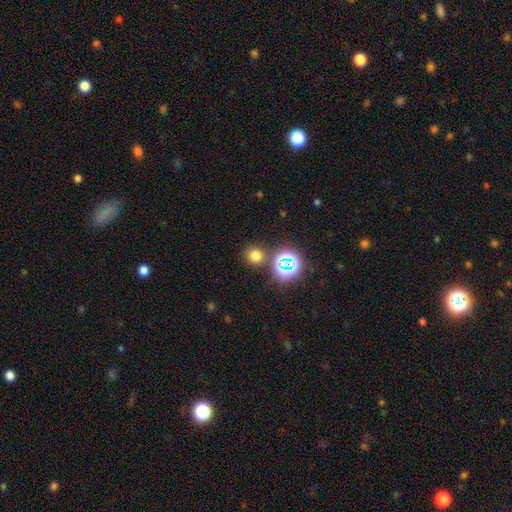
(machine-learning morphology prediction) The model was most divided on "smooth or featured": smooth: 69%, star or artifact: 25%, featured or disk: 6%. More confident: how rounded — round (89%); merging — none (82%).